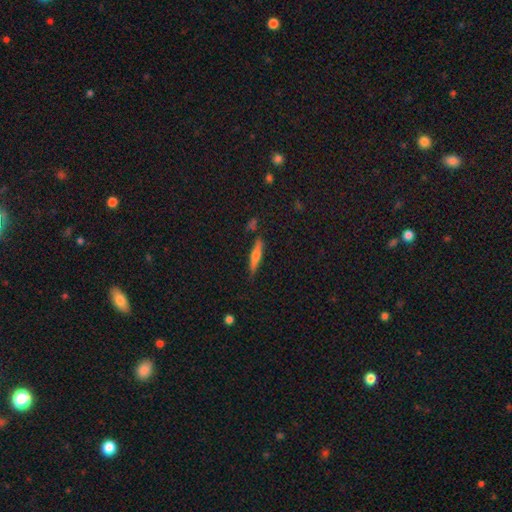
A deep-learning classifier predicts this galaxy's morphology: Smooth or featured: featured or disk — 49% (smooth — 44%)
Merging: none — 81% (minor disturbance — 13%)